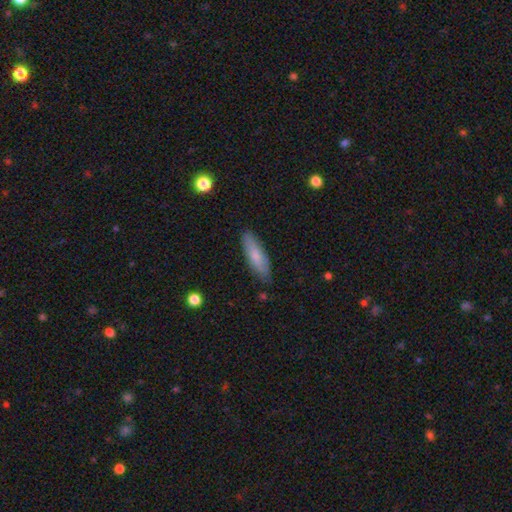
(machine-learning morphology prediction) Overall: smooth (75%). How rounded: cigar-shaped (55%; in between 43%). Merging: none (84%).